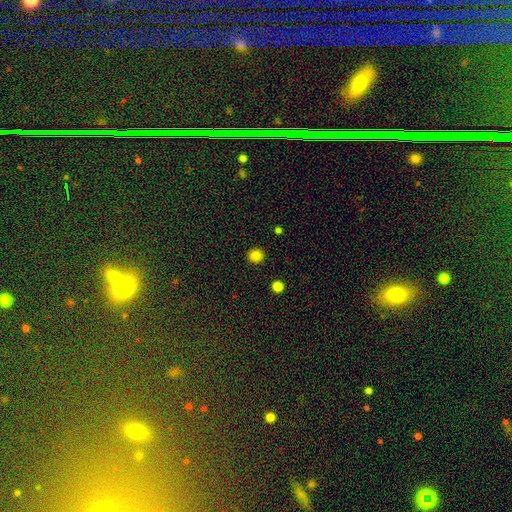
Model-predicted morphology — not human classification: This appears to be a smooth galaxy with no disk features (84%) that is round (92%). Merging: none (92%).